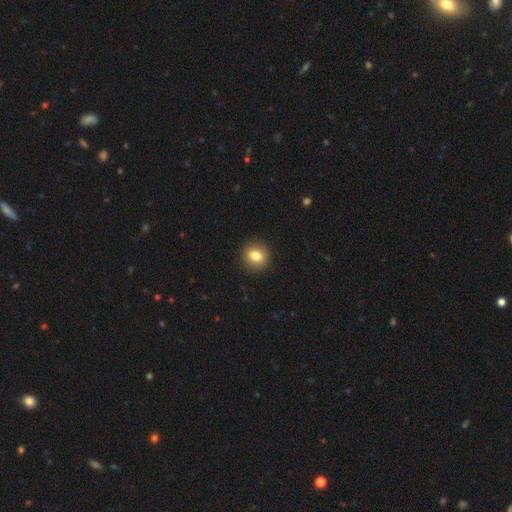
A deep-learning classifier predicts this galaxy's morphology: type=smooth (82%); roundness=round (78%); merging=none (91%).